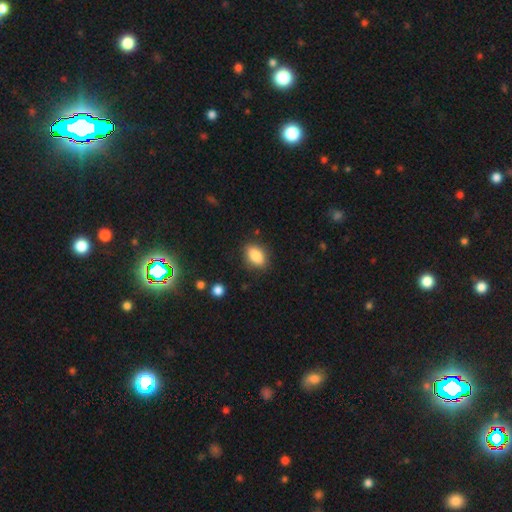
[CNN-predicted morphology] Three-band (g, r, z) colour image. It shows a smooth galaxy with no disk features (85%) that is in between round and cigar-shaped (86%). Merging: none (84%).